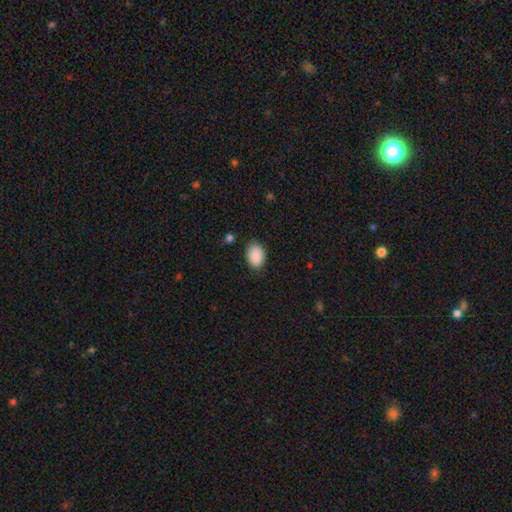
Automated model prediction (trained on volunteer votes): This appears to be a smooth galaxy with no disk features (90%) that is in between round and cigar-shaped (84%). Merging: none (84%).